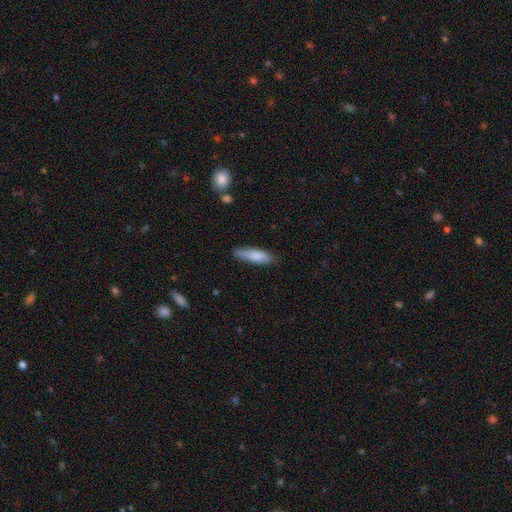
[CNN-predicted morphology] smooth-or-featured: smooth: 81% | featured or disk: 13% | star or artifact: 6%
  how-rounded: cigar-shaped: 59% | in between: 40% | round: 2%
  merging: none: 76% | minor disturbance: 19% | major disturbance: 3% | merger: 2%